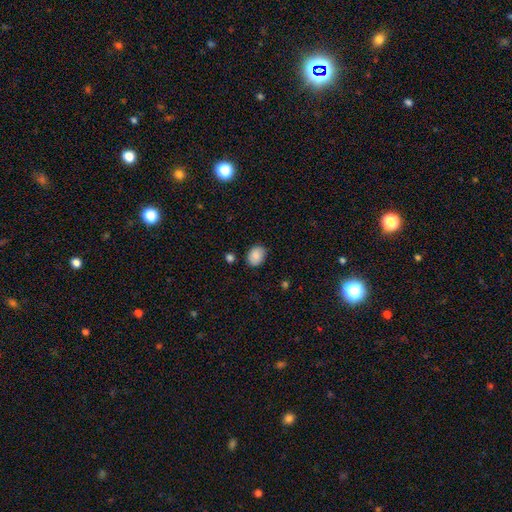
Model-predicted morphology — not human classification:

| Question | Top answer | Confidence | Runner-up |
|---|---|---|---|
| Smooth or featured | smooth | 88% | star or artifact (8%) |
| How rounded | in between | 63% | round (36%) |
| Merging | none | 80% | minor disturbance (15%) |